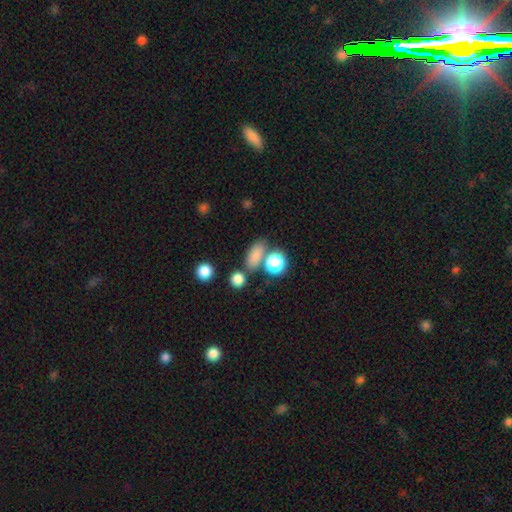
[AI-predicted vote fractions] Smooth or featured?
  - smooth: 78% *
  - star or artifact: 14%
  - featured or disk: 8%
How rounded?
  - in between: 69% *
  - round: 20%
  - cigar-shaped: 11%
Merging?
  - none: 65% *
  - merger: 18%
  - minor disturbance: 12%
  - major disturbance: 5%